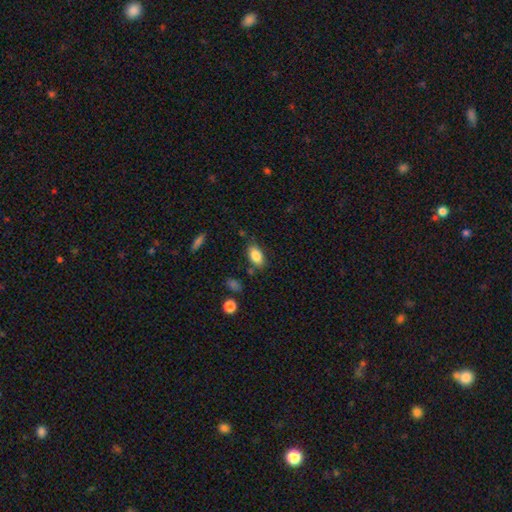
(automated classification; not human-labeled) Q: Smooth or featured?
A: smooth (85%); runner-up: star or artifact (8%)
Q: How rounded?
A: in between (91%); runner-up: round (6%)
Q: Merging?
A: none (77%); runner-up: minor disturbance (15%)